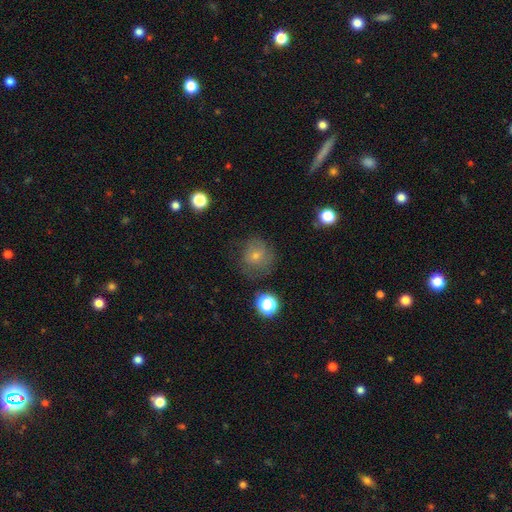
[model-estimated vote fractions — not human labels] smooth 54%, featured or disk 27%, star or artifact 19%. Down the decision tree: how rounded — round (87%); merging — none (72%).